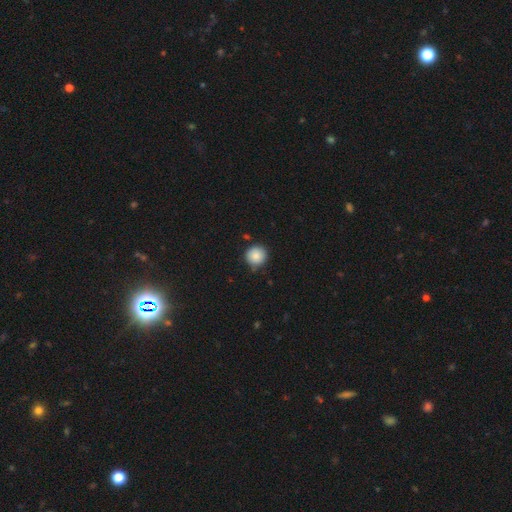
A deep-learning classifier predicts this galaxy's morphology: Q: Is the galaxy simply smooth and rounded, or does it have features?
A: smooth — 87%.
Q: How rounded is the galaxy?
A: round — 94%.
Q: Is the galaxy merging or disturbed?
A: none — 84%.